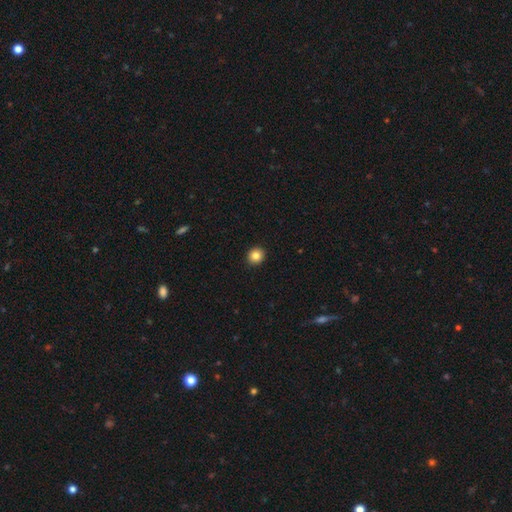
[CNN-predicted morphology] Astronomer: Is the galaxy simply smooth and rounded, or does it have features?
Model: smooth — 84%.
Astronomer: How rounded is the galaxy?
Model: round — 88%.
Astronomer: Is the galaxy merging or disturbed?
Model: none — 93%.